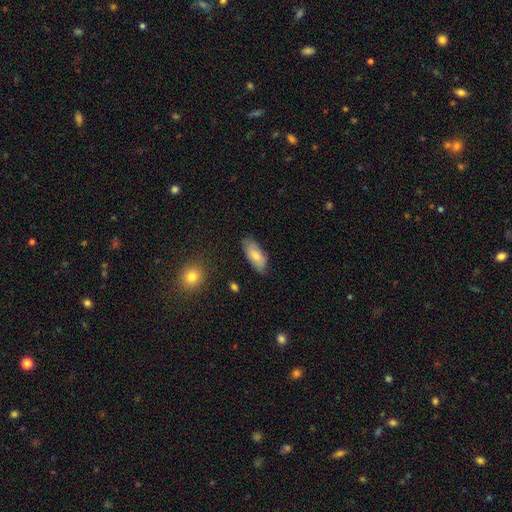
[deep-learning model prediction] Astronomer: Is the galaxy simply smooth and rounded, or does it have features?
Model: smooth — 78%.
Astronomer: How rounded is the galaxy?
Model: in between — 87%.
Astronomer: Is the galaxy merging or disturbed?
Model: none — 75%.